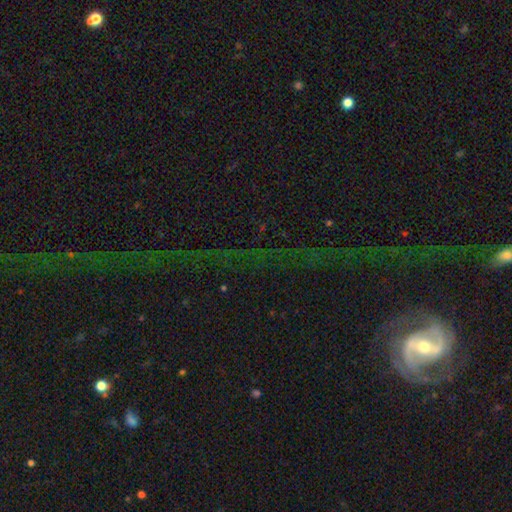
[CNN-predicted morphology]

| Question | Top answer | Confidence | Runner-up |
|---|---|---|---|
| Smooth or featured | featured or disk | 63% | star or artifact (24%) |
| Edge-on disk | no | 92% | yes (8%) |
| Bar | strong | 35% | weak (34%) |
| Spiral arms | yes | 83% | no (17%) |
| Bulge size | moderate | 43% | small (42%) |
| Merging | none | 56% | major disturbance (23%) |